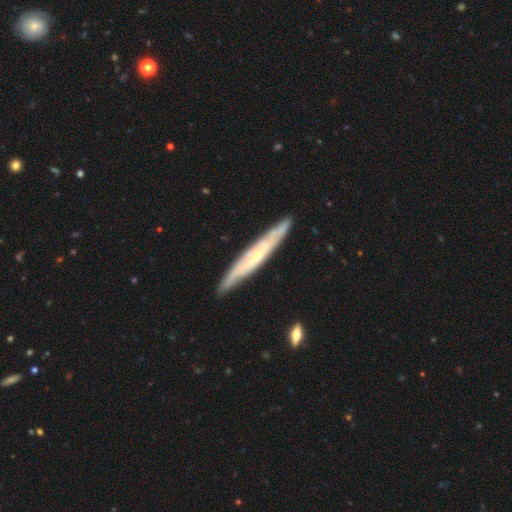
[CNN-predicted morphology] A featured or disk galaxy (66%) viewed edge-on (81%) with no central bulge (55%).

Vote fractions:
- Smooth or featured? featured or disk: 66% / smooth: 28% / star or artifact: 5%
- Edge-on disk? yes: 81% / no: 19%
- Edge-on bulge? none: 55% / rounded: 39% / boxy: 6%
- Merging? none: 86% / minor disturbance: 11% / major disturbance: 2% / merger: 2%